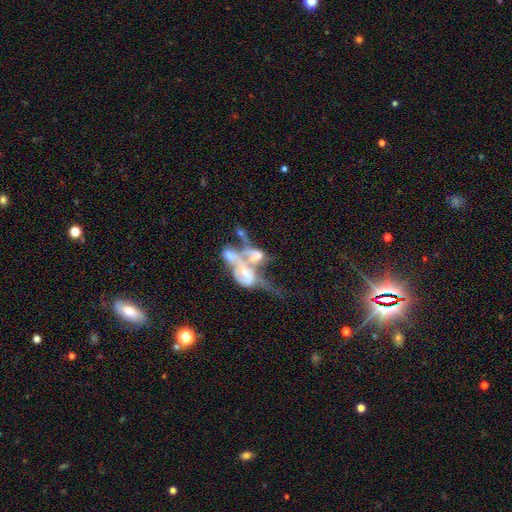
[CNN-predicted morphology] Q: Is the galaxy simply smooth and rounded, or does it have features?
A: featured or disk — 68%.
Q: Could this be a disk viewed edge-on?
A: no — 93%.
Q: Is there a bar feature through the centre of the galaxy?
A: no — 70%.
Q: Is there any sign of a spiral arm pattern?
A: no — 61%.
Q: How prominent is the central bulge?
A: moderate — 32%.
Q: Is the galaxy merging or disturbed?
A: merger — 72%.